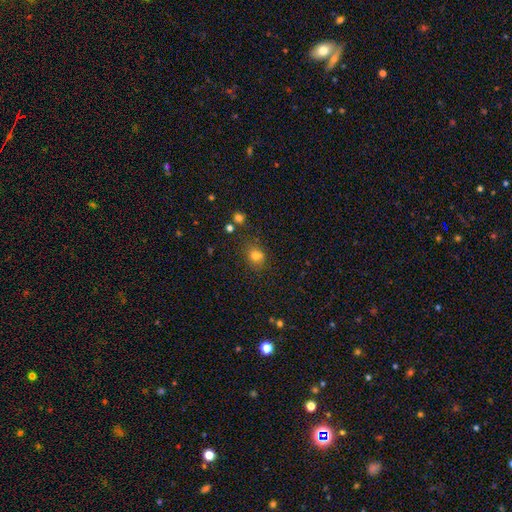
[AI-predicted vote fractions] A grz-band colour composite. It shows a smooth galaxy with no disk features (75%) that is round (70%). Merging: none (65%).